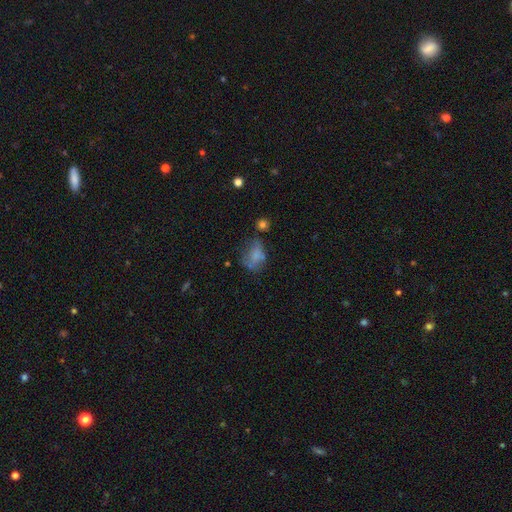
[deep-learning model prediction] Smooth or featured: smooth — 64% (featured or disk — 23%)
How rounded: in between — 76% (round — 22%)
Merging: none — 38% (minor disturbance — 28%)